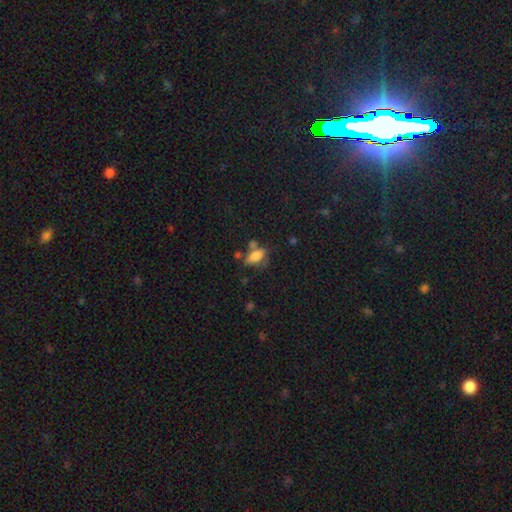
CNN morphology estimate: smooth_or_featured: smooth (p=0.76) [alt: featured or disk p=0.14]
how_rounded: in between (p=0.80) [alt: cigar-shaped p=0.14]
merging: none (p=0.50) [alt: minor disturbance p=0.22]